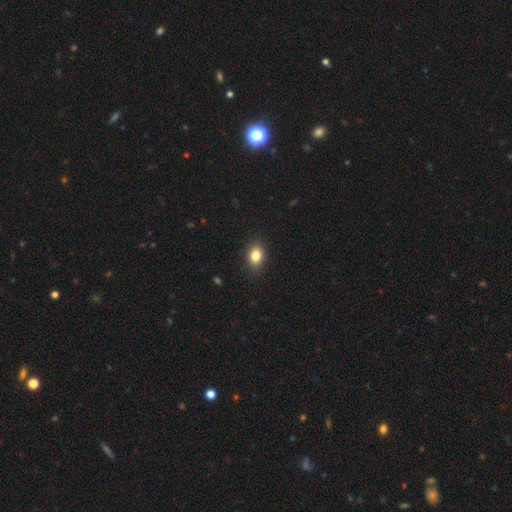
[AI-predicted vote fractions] Smooth or featured? smooth (84%)
How rounded? in between (75%)
Merging? none (87%)